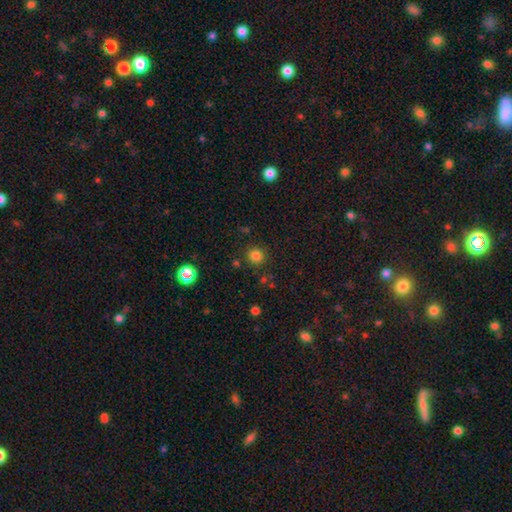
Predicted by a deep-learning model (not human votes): smooth_or_featured: smooth (p=0.81) [alt: star or artifact p=0.15]
how_rounded: round (p=0.92) [alt: in between p=0.07]
merging: none (p=0.86) [alt: minor disturbance p=0.08]